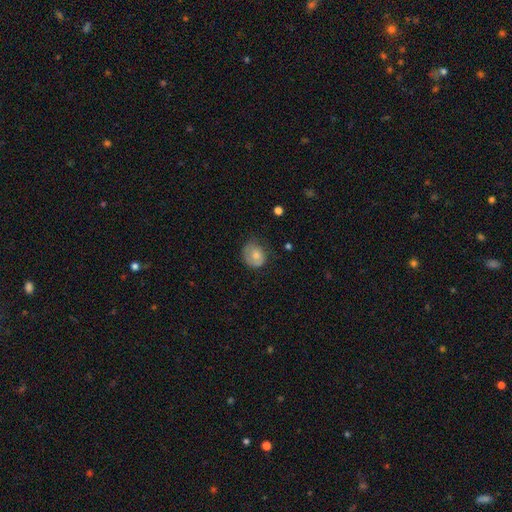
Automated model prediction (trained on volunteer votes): Smooth or featured? smooth (71%)
How rounded? round (68%)
Merging? none (53%)